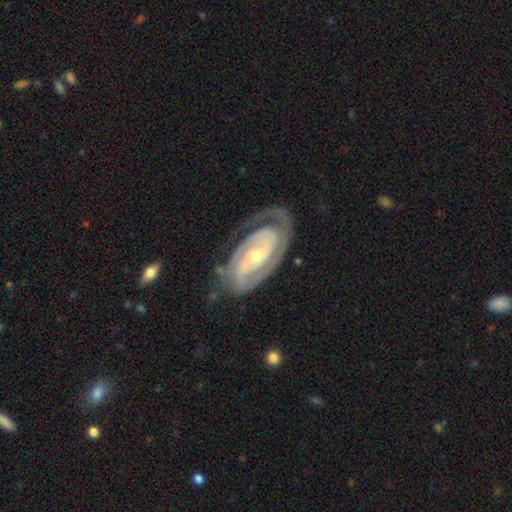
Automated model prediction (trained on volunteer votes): smooth_or_featured: featured or disk (p=0.91) [alt: smooth p=0.05]
disk_edge_on: no (p=0.96) [alt: yes p=0.04]
bar: no (p=0.47) [alt: weak p=0.32]
has_spiral_arms: yes (p=0.97) [alt: no p=0.03]
spiral_winding: tight (p=0.67) [alt: medium p=0.27]
spiral_arm_count: 2 (p=0.76) [alt: can't tell p=0.09]
bulge_size: small (p=0.62) [alt: moderate p=0.35]
merging: none (p=0.70) [alt: minor disturbance p=0.18]